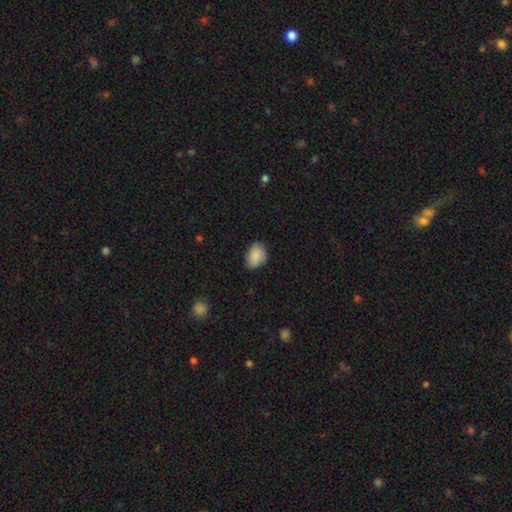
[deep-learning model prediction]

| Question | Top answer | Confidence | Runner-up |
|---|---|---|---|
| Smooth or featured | smooth | 85% | featured or disk (8%) |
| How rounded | in between | 78% | round (21%) |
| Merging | none | 76% | minor disturbance (20%) |